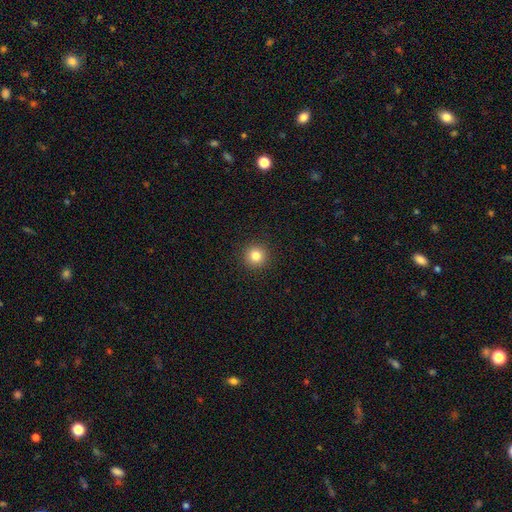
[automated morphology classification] This is clearly a smooth galaxy (83%). How rounded: clearly round (95%). Merging: clearly none (93%).